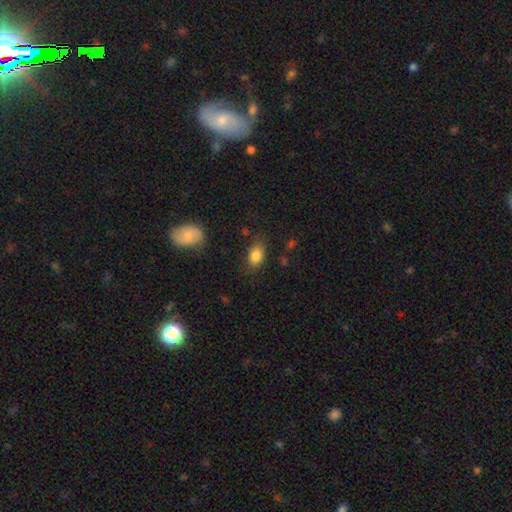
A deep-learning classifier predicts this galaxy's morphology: Smooth or featured? smooth (85%)
How rounded? in between (85%)
Merging? none (75%)